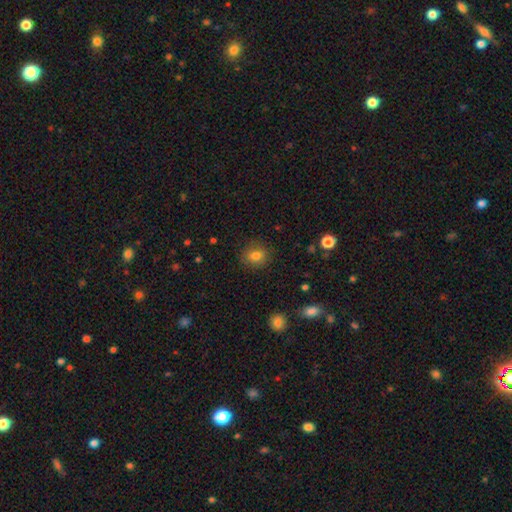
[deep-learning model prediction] A smooth galaxy with no disk features (80%) that is round (66%). Merging: none (85%).